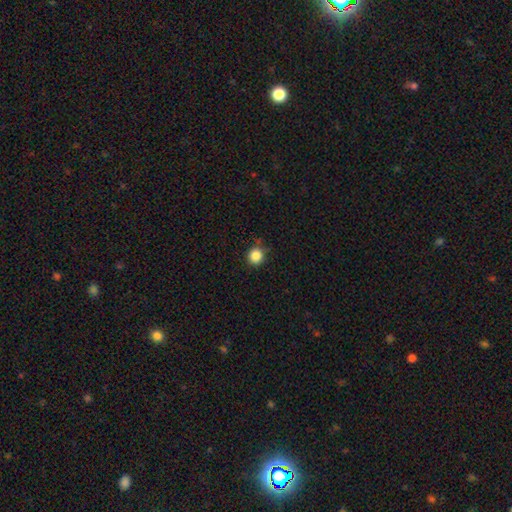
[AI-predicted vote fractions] smooth_or_featured: smooth (p=0.86) [alt: star or artifact p=0.11]
how_rounded: round (p=0.91) [alt: in between p=0.08]
merging: none (p=0.86) [alt: minor disturbance p=0.10]